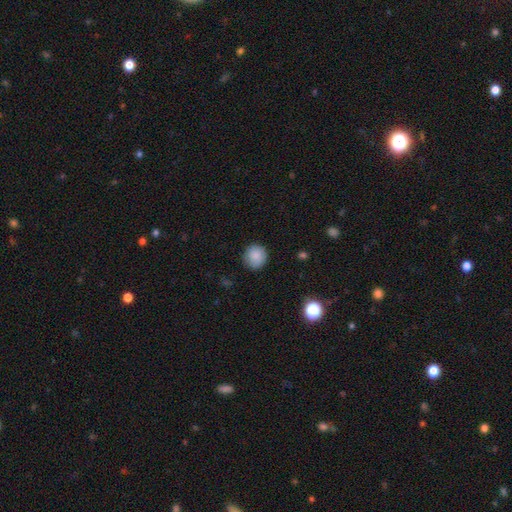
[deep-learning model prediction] This appears to be a smooth galaxy with no disk features (87%) that is round (89%). Merging: none (85%).